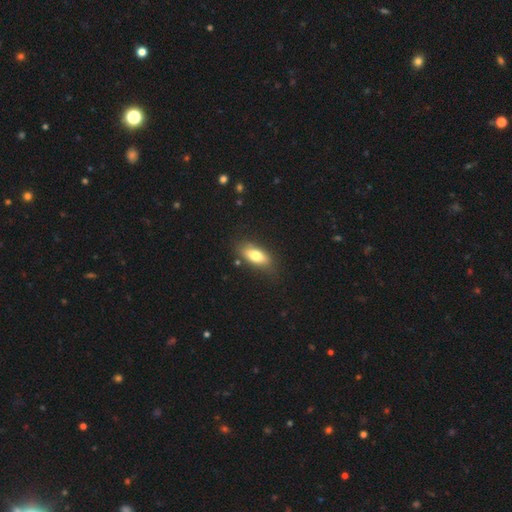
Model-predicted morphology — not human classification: A smooth galaxy with no disk features (75%) that is in between round and cigar-shaped (79%).

Vote fractions:
- Smooth or featured? smooth: 75% / featured or disk: 18% / star or artifact: 7%
- How rounded? in between: 79% / cigar-shaped: 17% / round: 3%
- Merging? none: 79% / minor disturbance: 15% / major disturbance: 4% / merger: 2%